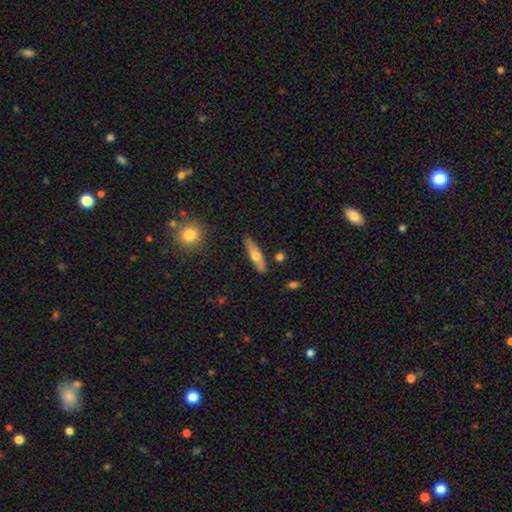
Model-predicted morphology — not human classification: Smooth or featured? smooth (55%)
How rounded? cigar-shaped (71%)
Merging? none (85%)